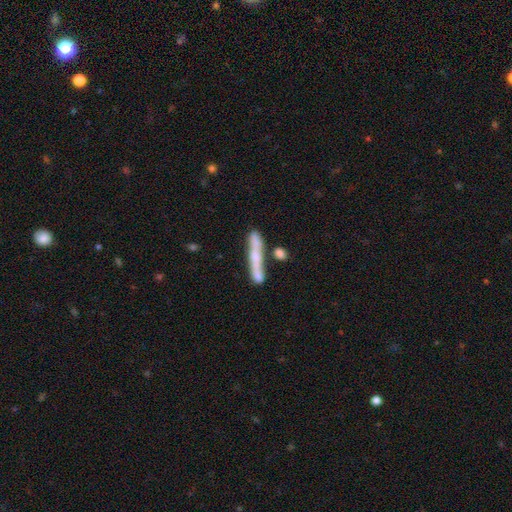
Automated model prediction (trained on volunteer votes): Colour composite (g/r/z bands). It shows a featured or disk galaxy (49%). Merging: none (56%).